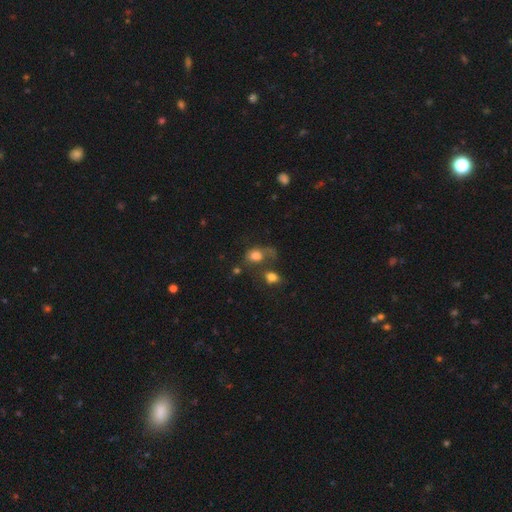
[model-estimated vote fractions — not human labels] smooth_or_featured: smooth (p=0.73) [alt: featured or disk p=0.16]
how_rounded: round (p=0.53) [alt: in between p=0.46]
merging: merger (p=0.31) [alt: none p=0.29]